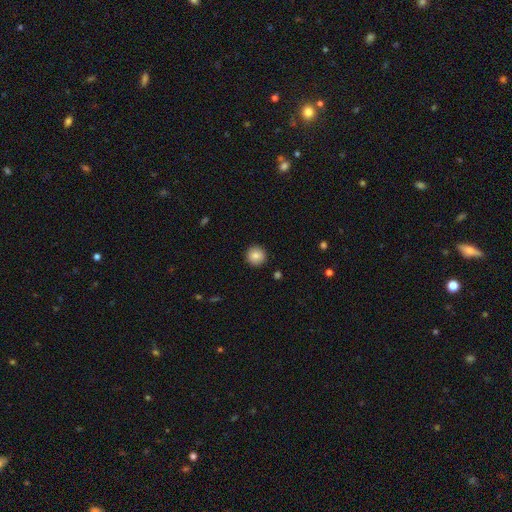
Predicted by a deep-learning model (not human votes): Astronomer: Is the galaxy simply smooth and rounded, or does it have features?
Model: smooth — 85%.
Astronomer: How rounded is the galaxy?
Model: round — 95%.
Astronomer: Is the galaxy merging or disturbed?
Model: none — 92%.